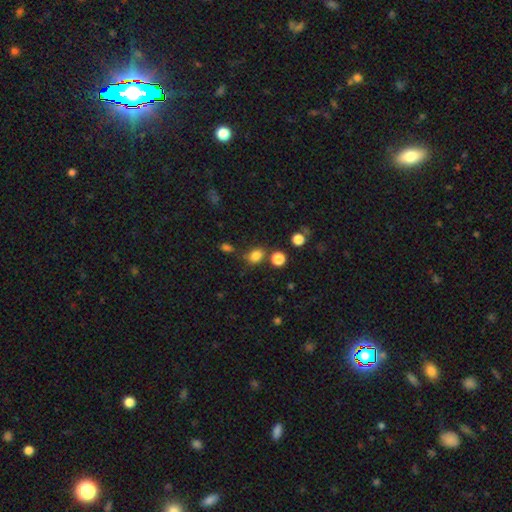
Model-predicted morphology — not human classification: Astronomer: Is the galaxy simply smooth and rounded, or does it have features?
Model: smooth — 81%.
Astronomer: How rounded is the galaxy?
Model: in between — 54% (runner-up: round, 45%).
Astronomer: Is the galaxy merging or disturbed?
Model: none — 70%.